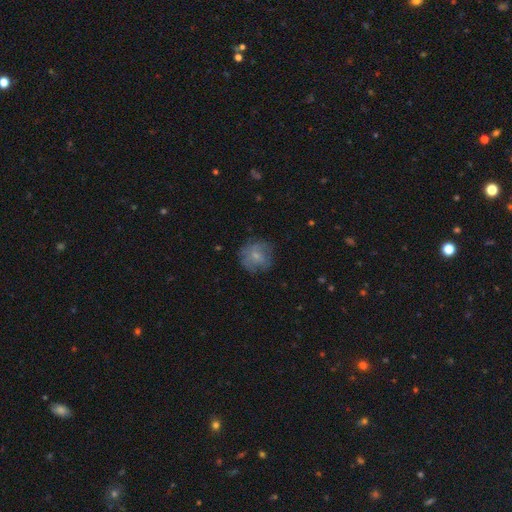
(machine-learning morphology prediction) The model was most divided on "smooth or featured": smooth: 57%, featured or disk: 34%, star or artifact: 10%. More confident: how rounded — round (85%); merging — none (69%).